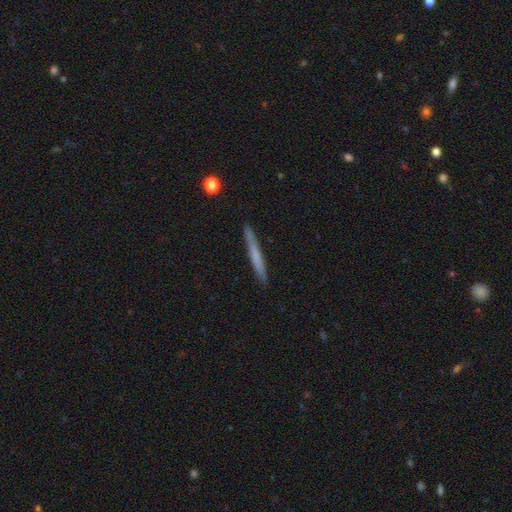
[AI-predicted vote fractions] Q: Smooth or featured?
A: smooth (60%); runner-up: featured or disk (34%)
Q: How rounded?
A: cigar-shaped (97%); runner-up: in between (2%)
Q: Merging?
A: none (89%); runner-up: minor disturbance (8%)